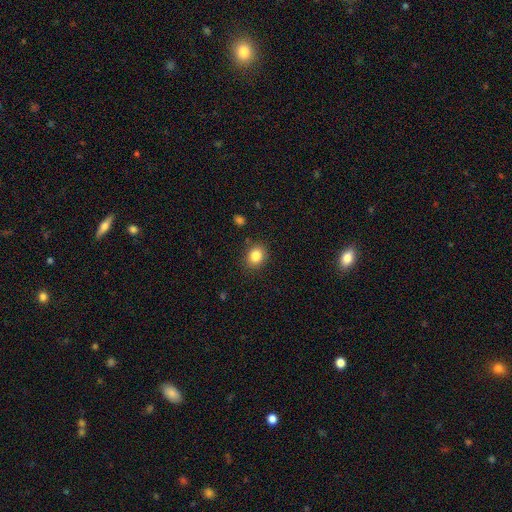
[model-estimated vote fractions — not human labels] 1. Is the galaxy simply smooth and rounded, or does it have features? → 85% smooth, 10% star or artifact, 5% featured or disk.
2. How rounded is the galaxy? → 60% round, 39% in between, 1% cigar-shaped.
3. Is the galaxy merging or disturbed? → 86% none, 9% minor disturbance, 3% major disturbance, 2% merger.